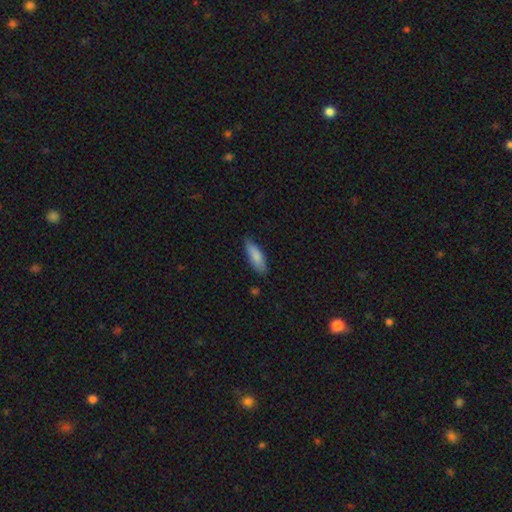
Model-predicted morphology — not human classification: Smooth or featured? smooth (84%)
How rounded? in between (60%)
Merging? none (75%)